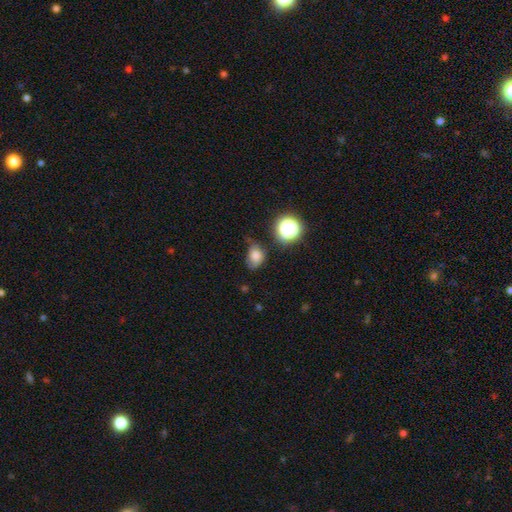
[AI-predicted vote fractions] This is likely a smooth galaxy (75%). How rounded: likely in between (63%). Merging: possibly none (48%).